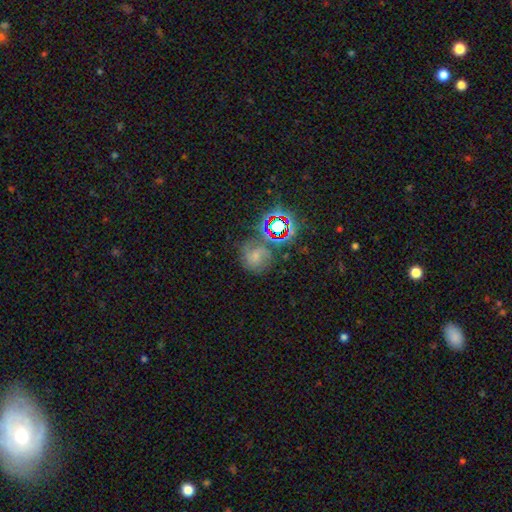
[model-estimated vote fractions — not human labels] This is marginally a smooth galaxy (39%). Merging: possibly none (57%).